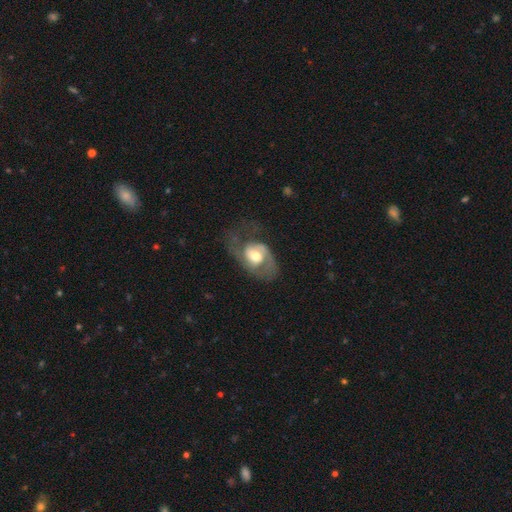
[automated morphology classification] Q: Smooth or featured?
A: featured or disk (70%); runner-up: smooth (24%)
Q: Edge-on disk?
A: no (97%); runner-up: yes (3%)
Q: Bar?
A: no (54%); runner-up: weak (37%)
Q: Spiral arms?
A: yes (85%); runner-up: no (15%)
Q: Spiral winding?
A: medium (45%); runner-up: loose (31%)
Q: Spiral arm count?
A: 2 (56%); runner-up: 1 (31%)
Q: Bulge size?
A: moderate (62%); runner-up: large (26%)
Q: Merging?
A: major disturbance (40%); runner-up: none (35%)